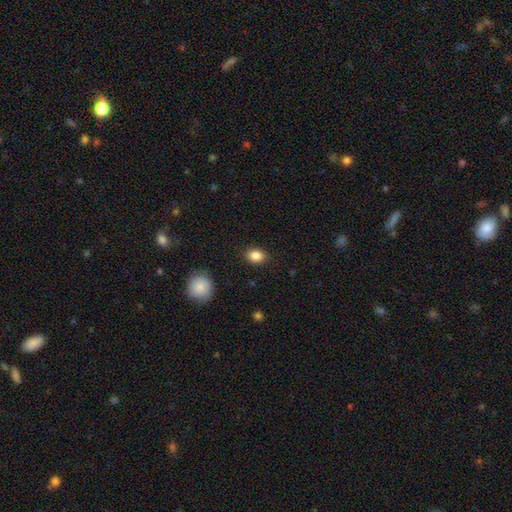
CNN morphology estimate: Overall: smooth (85%). How rounded: in between (57%; round 42%). Merging: none (88%).